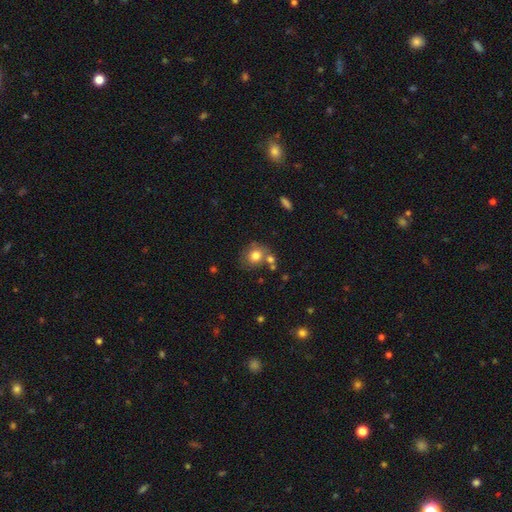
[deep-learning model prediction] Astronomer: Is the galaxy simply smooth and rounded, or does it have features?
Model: smooth — 77%.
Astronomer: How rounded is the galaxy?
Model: round — 72%.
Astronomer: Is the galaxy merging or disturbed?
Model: none — 59%.